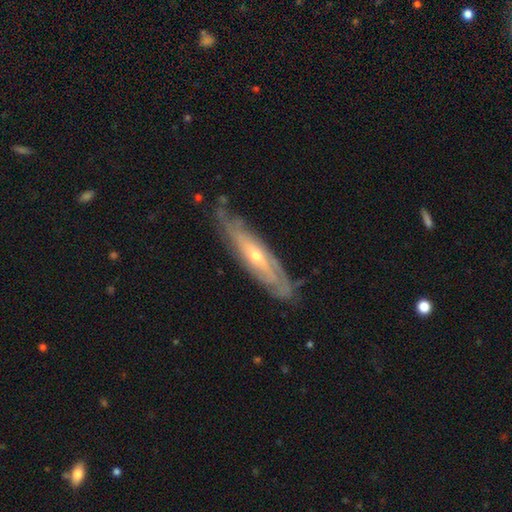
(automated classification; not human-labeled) Overall: featured or disk (77%). Edge-on disk: no (60%; yes 40%). Merging: none (72%).